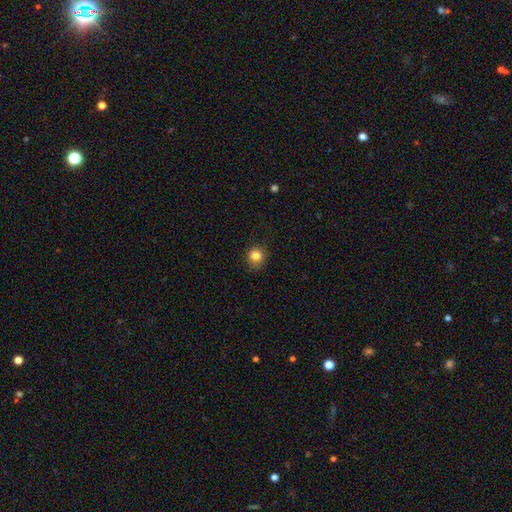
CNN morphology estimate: Q: Smooth or featured?
A: smooth (83%); runner-up: star or artifact (11%)
Q: How rounded?
A: round (91%); runner-up: in between (8%)
Q: Merging?
A: none (85%); runner-up: minor disturbance (12%)